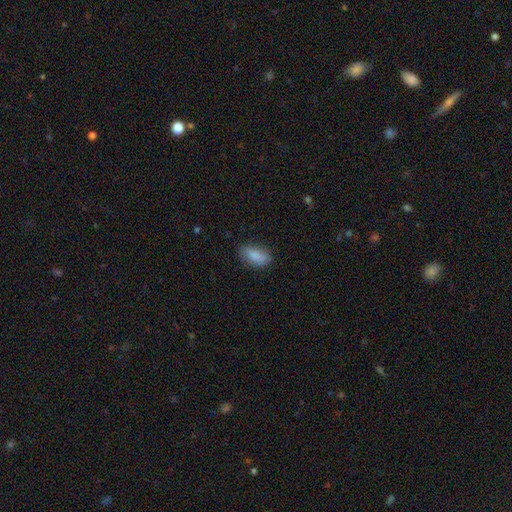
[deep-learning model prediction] A smooth galaxy with no disk features (86%) that is in between round and cigar-shaped (89%). Merging: none (78%).